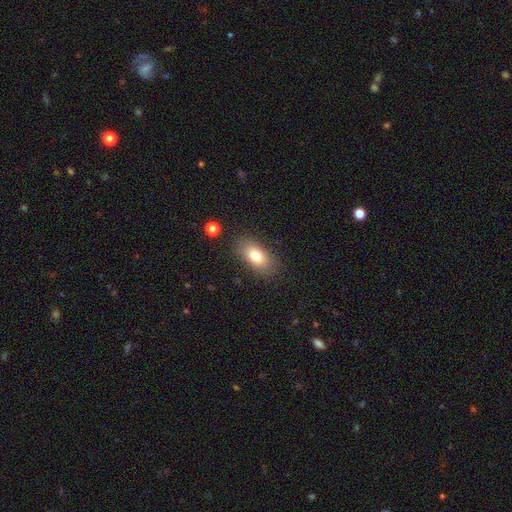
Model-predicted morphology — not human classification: Smooth or featured? smooth (77%)
How rounded? in between (88%)
Merging? none (85%)